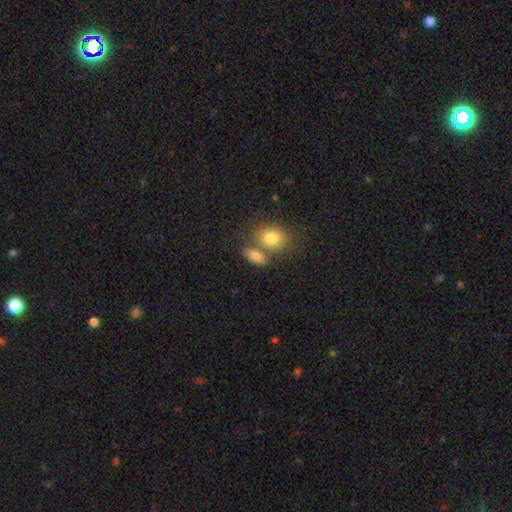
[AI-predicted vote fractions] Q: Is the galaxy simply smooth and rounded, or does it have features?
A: smooth — 79%.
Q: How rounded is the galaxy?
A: in between — 79%.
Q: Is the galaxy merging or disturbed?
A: none — 47%.